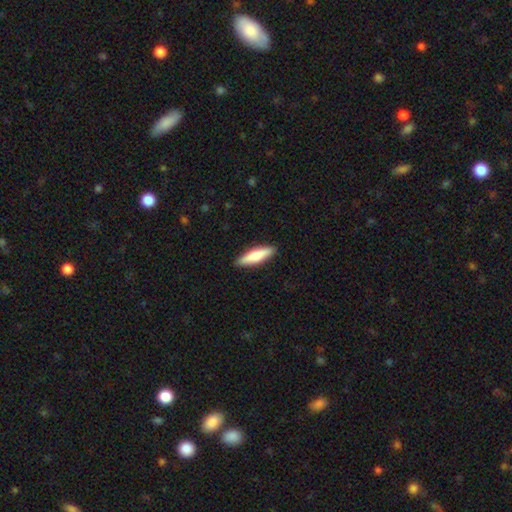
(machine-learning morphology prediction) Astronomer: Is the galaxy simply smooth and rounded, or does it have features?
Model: smooth — 69%.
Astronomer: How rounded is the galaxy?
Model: cigar-shaped — 70%.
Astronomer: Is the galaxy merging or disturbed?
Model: none — 90%.